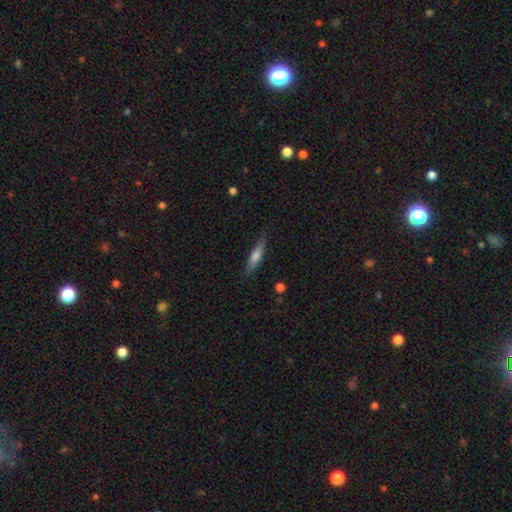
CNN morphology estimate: smooth-or-featured: smooth: 52% | featured or disk: 41% | star or artifact: 7%
  how-rounded: cigar-shaped: 84% | in between: 14% | round: 2%
  merging: none: 85% | minor disturbance: 11% | major disturbance: 2% | merger: 1%